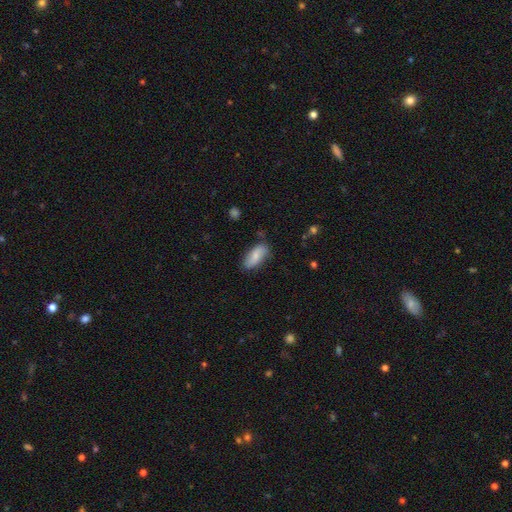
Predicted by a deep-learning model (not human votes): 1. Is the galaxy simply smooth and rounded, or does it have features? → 73% smooth, 20% featured or disk, 6% star or artifact.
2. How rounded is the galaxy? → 84% in between, 13% cigar-shaped, 3% round.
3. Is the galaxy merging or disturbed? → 76% none, 18% minor disturbance, 4% major disturbance, 2% merger.